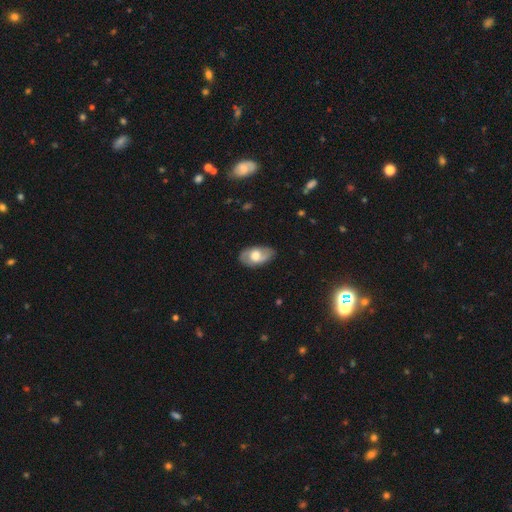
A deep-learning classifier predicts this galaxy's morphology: Smooth or featured? Predicted: smooth (p=0.47). Merging? Predicted: none (p=0.79).